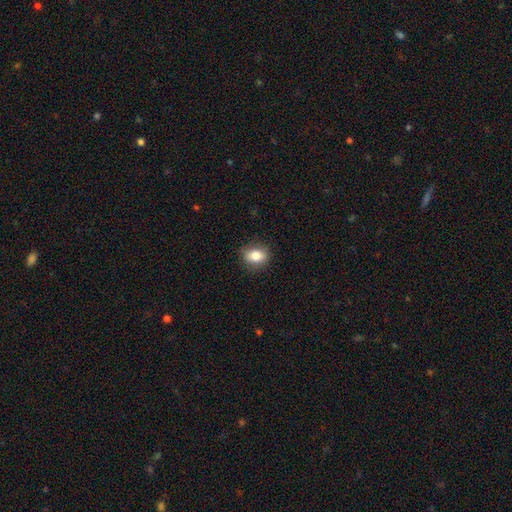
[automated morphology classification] Smooth or featured? smooth (81%)
How rounded? in between (60%)
Merging? none (85%)